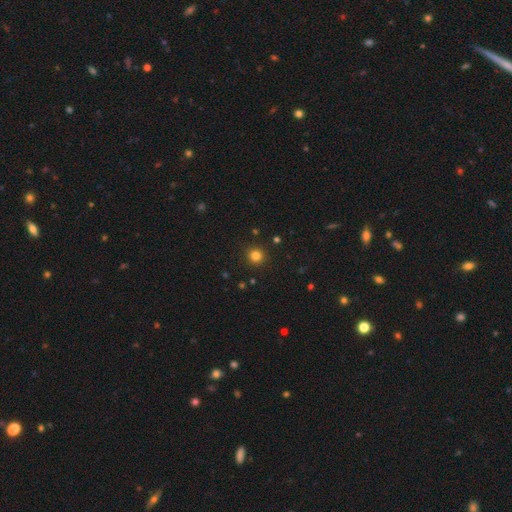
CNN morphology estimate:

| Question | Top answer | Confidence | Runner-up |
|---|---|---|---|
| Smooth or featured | smooth | 80% | star or artifact (15%) |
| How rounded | round | 94% | in between (5%) |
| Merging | none | 91% | minor disturbance (5%) |